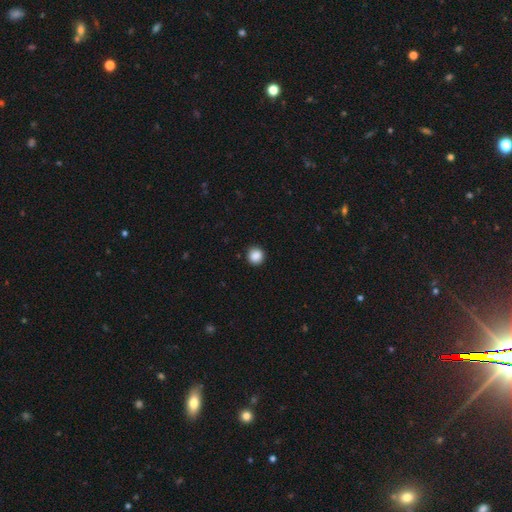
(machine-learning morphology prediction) Smooth or featured? smooth (88%)
How rounded? round (93%)
Merging? none (92%)